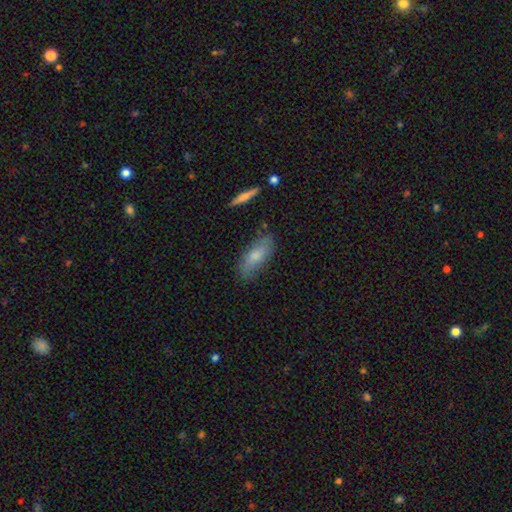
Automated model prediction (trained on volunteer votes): smooth_or_featured: smooth (p=0.69) [alt: featured or disk p=0.24]
how_rounded: in between (p=0.75) [alt: cigar-shaped p=0.23]
merging: none (p=0.75) [alt: minor disturbance p=0.18]